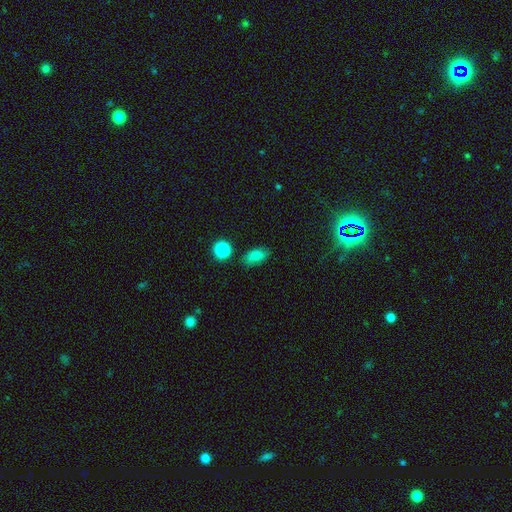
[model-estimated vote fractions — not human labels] Q: Smooth or featured?
A: smooth (81%); runner-up: star or artifact (13%)
Q: How rounded?
A: in between (86%); runner-up: round (10%)
Q: Merging?
A: none (75%); runner-up: minor disturbance (17%)